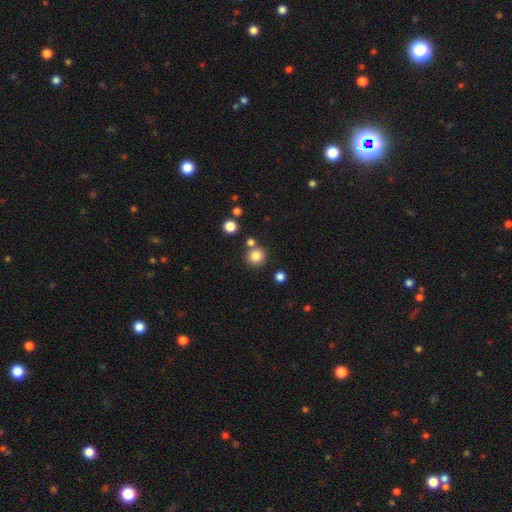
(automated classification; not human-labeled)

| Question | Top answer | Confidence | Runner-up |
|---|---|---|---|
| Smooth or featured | smooth | 83% | star or artifact (12%) |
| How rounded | round | 93% | in between (6%) |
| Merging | none | 77% | merger (12%) |